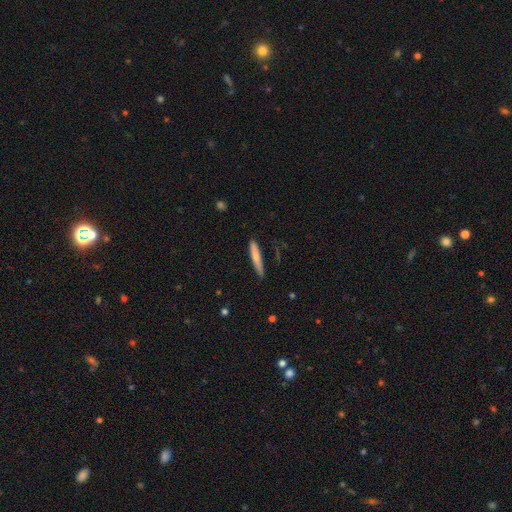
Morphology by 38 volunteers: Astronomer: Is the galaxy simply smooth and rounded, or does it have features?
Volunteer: smooth — 76%.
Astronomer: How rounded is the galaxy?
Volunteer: cigar-shaped — 97%.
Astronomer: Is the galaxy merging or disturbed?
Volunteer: none — 83%.